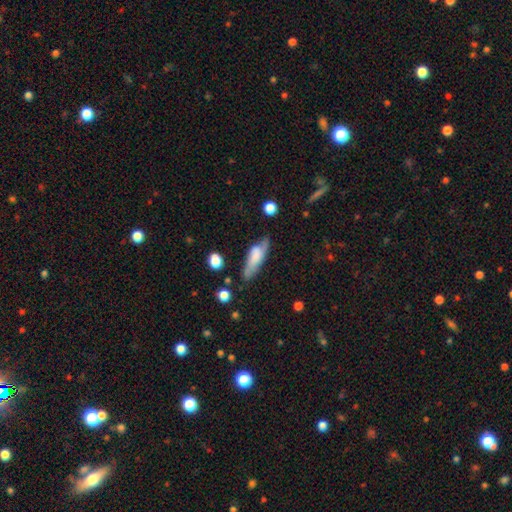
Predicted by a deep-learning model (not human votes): smooth 60%, featured or disk 33%, star or artifact 7%. Down the decision tree: how rounded — in between (53%); merging — none (55%).